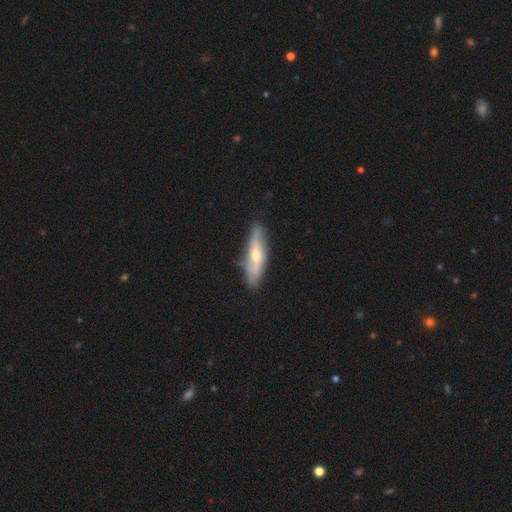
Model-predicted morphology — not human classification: Smooth or featured? Predicted: featured or disk (p=0.56). Edge-on disk? Predicted: yes (p=0.53). Merging? Predicted: none (p=0.78).